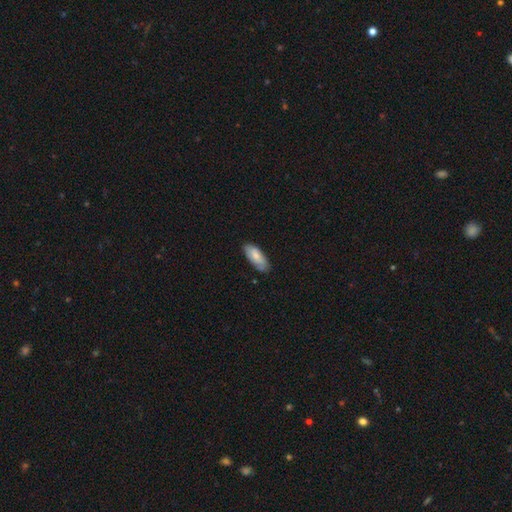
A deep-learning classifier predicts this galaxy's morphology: Q: Smooth or featured?
A: smooth (77%); runner-up: featured or disk (18%)
Q: How rounded?
A: in between (80%); runner-up: cigar-shaped (18%)
Q: Merging?
A: none (76%); runner-up: minor disturbance (20%)